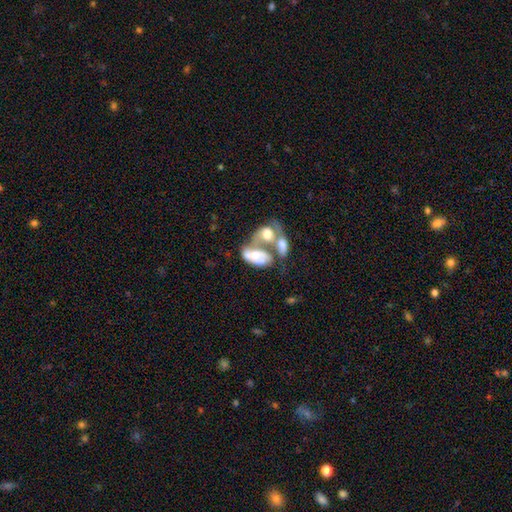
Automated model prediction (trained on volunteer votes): smooth_or_featured: featured or disk (p=0.54) [alt: smooth p=0.38]
disk_edge_on: no (p=0.96) [alt: yes p=0.04]
bar: no (p=0.79) [alt: weak p=0.16]
has_spiral_arms: yes (p=0.54) [alt: no p=0.46]
bulge_size: moderate (p=0.39) [alt: large p=0.20]
merging: merger (p=0.72) [alt: major disturbance p=0.12]